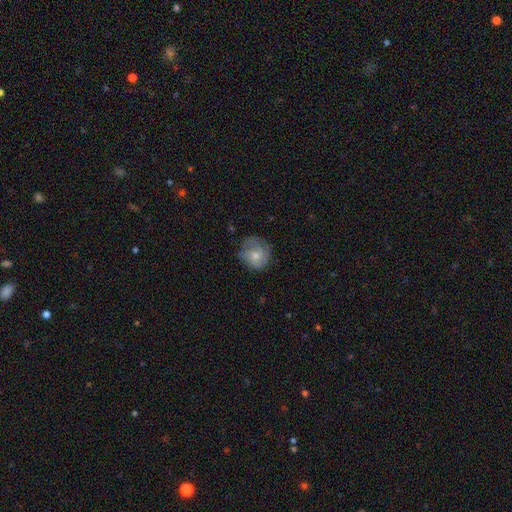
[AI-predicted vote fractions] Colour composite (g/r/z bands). It shows a smooth galaxy with no disk features (54%) that is round (83%). Merging: none (61%).